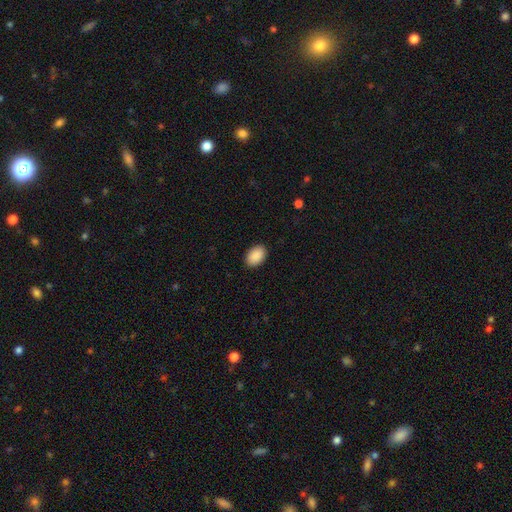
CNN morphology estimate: smooth 90%, star or artifact 6%, featured or disk 3%. Down the decision tree: how rounded — in between (87%); merging — none (90%).